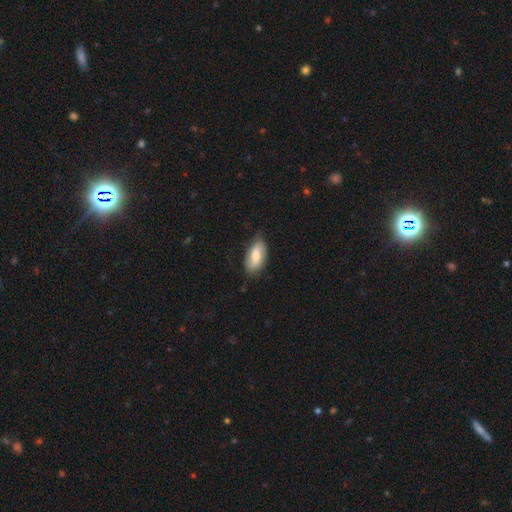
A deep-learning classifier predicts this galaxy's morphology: Overall: smooth (62%; featured or disk 32%). How rounded: in between (91%). Merging: none (73%).